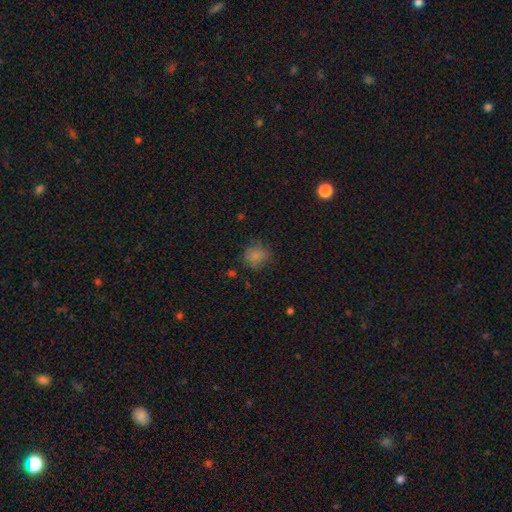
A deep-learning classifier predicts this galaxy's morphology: Smooth or featured? smooth (78%)
How rounded? round (79%)
Merging? none (62%)